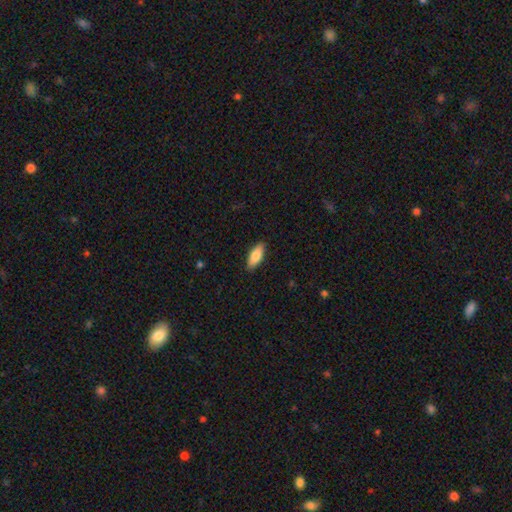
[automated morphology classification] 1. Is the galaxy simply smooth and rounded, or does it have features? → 83% smooth, 11% featured or disk, 6% star or artifact.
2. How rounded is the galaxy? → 73% in between, 25% cigar-shaped, 2% round.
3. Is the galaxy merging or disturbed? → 89% none, 9% minor disturbance, 2% major disturbance, 1% merger.